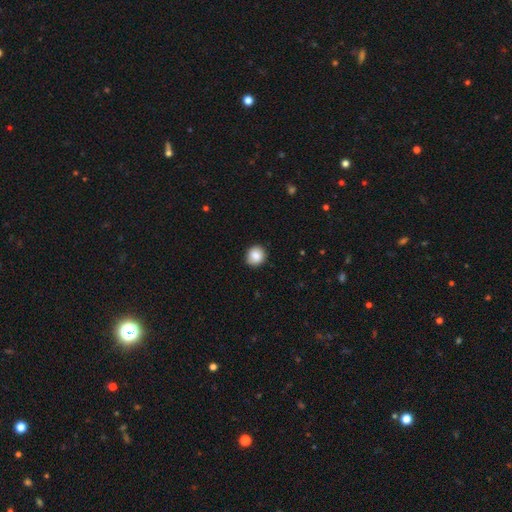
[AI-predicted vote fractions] Morphology: type=smooth (86%); roundness=round (86%); merging=none (88%).